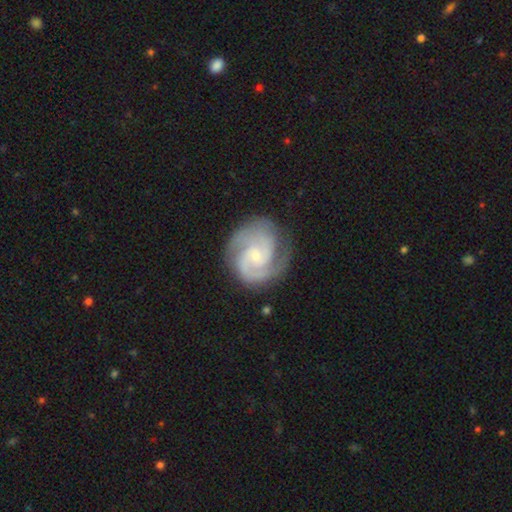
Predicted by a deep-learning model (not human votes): This is clearly a featured or disk galaxy (91%). It is clearly not viewed edge-on (98%). Bar: likely no (63%). Spiral arm pattern: clearly yes (98%). Spiral arm count: likely 2 (61%). Spiral winding: possibly tight (51%). Central bulge: likely small (75%). Merging: likely none (78%).